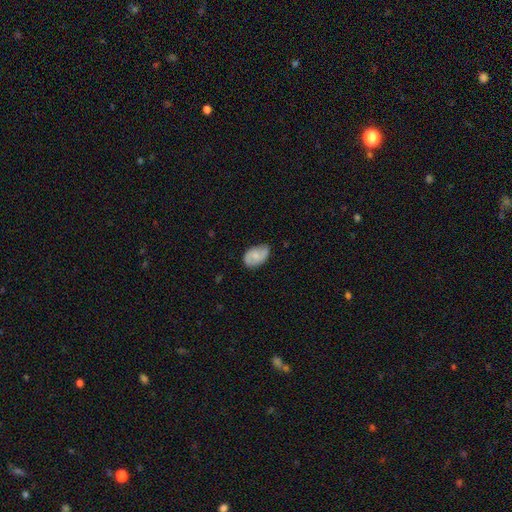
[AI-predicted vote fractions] smooth_or_featured: smooth (p=0.56) [alt: featured or disk p=0.37]
how_rounded: in between (p=0.88) [alt: round p=0.10]
merging: none (p=0.63) [alt: minor disturbance p=0.30]